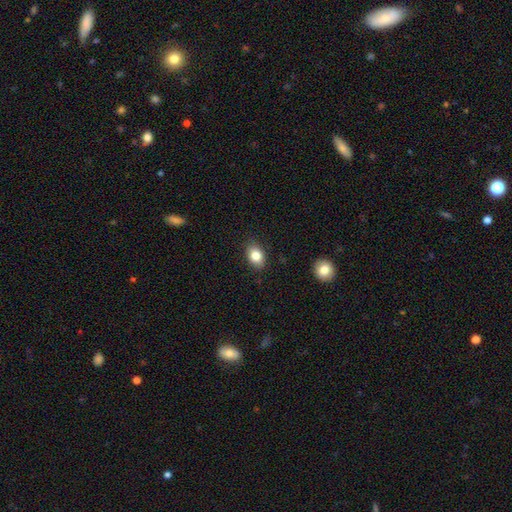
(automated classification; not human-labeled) Q: Smooth or featured?
A: smooth (83%); runner-up: star or artifact (9%)
Q: How rounded?
A: in between (78%); runner-up: round (20%)
Q: Merging?
A: none (85%); runner-up: minor disturbance (11%)